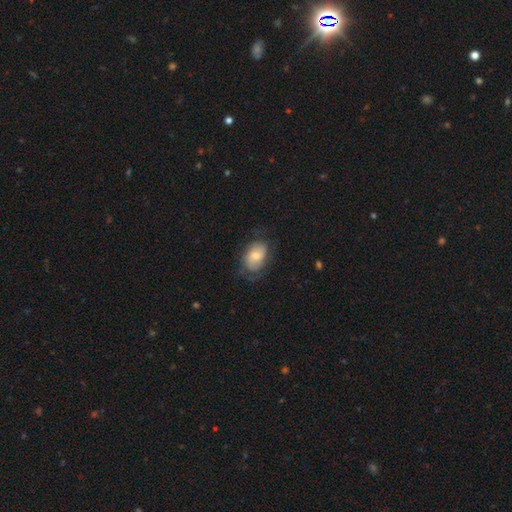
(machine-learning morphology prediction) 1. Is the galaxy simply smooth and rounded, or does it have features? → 59% smooth, 33% featured or disk, 7% star or artifact.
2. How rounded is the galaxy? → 83% in between, 16% round, 1% cigar-shaped.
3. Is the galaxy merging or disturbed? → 56% none, 26% minor disturbance, 17% major disturbance, 1% merger.